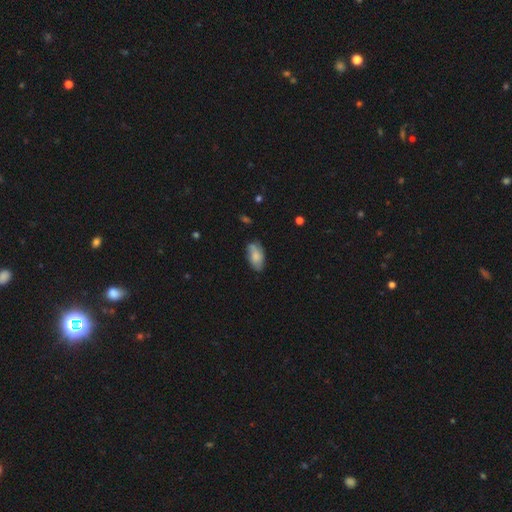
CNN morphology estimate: Overall: smooth (72%). How rounded: in between (92%). Merging: none (64%; minor disturbance 27%).